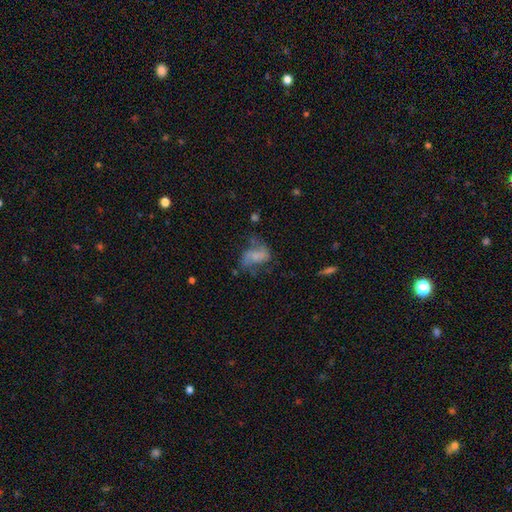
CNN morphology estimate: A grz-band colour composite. It shows a featured or disk galaxy (49%). Merging: none (37%).